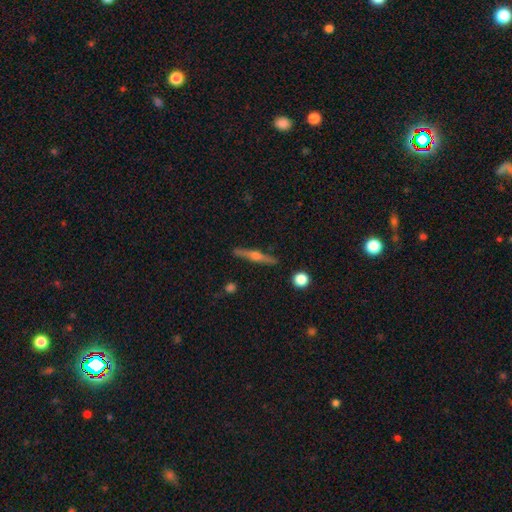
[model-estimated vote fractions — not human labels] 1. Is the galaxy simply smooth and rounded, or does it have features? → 69% featured or disk, 24% smooth, 7% star or artifact.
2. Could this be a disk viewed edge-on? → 98% yes, 2% no.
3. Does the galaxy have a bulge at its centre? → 91% rounded, 5% none, 4% boxy.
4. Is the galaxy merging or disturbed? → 90% none, 7% minor disturbance, 2% merger, 1% major disturbance.